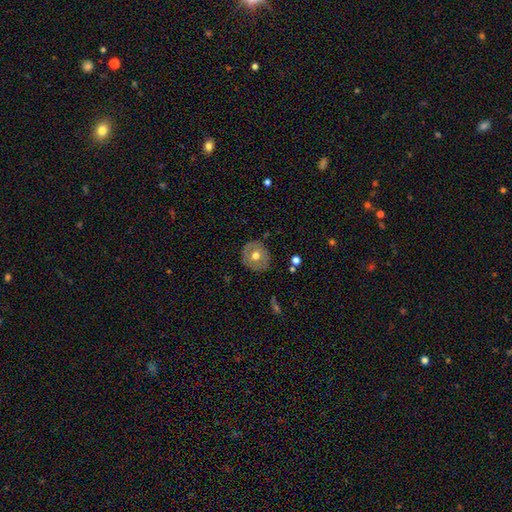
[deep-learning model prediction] Smooth or featured?
  - smooth: 57% *
  - featured or disk: 36%
  - star or artifact: 7%
How rounded?
  - round: 87% *
  - in between: 12%
  - cigar-shaped: 1%
Merging?
  - none: 84% *
  - minor disturbance: 12%
  - major disturbance: 3%
  - merger: 1%